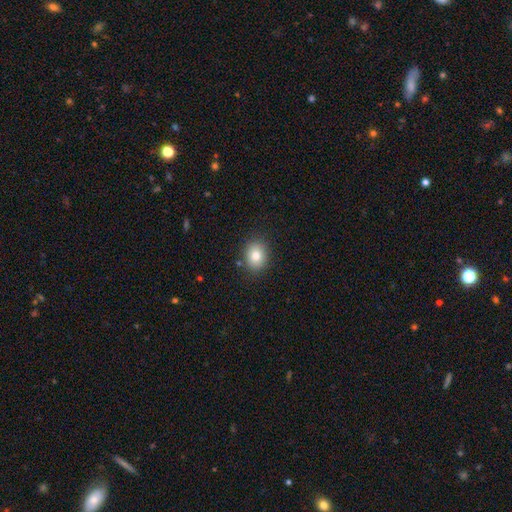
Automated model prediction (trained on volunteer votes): Q: Smooth or featured?
A: smooth (81%); runner-up: star or artifact (10%)
Q: How rounded?
A: round (50%); runner-up: in between (49%)
Q: Merging?
A: none (86%); runner-up: minor disturbance (10%)